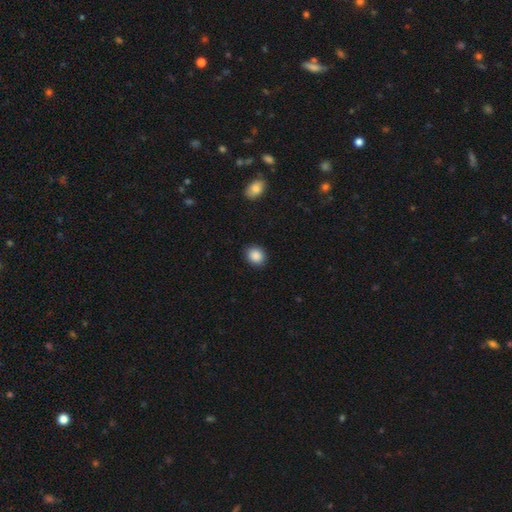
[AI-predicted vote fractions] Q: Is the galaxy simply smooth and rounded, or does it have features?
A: smooth — 89%.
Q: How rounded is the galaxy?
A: round — 62%.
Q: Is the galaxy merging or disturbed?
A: none — 89%.